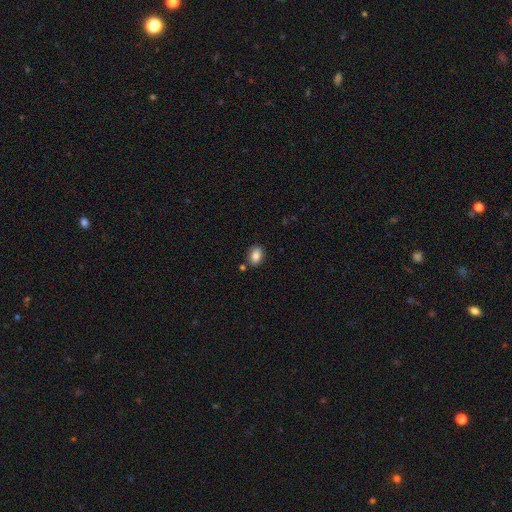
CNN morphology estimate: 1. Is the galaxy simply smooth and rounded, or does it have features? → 85% smooth, 9% star or artifact, 6% featured or disk.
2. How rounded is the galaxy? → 82% in between, 17% round, 2% cigar-shaped.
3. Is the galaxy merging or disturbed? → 82% none, 10% minor disturbance, 5% merger, 2% major disturbance.